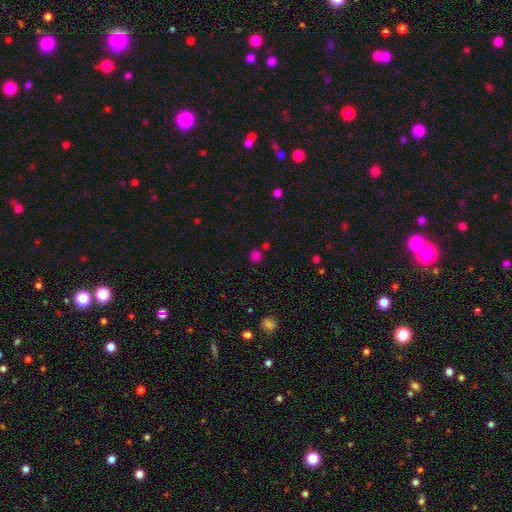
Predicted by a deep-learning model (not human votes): smooth 72%, star or artifact 23%, featured or disk 5%. Down the decision tree: how rounded — round (90%); merging — none (77%).